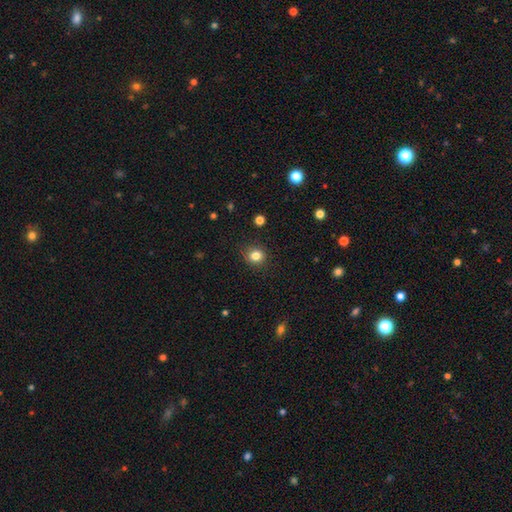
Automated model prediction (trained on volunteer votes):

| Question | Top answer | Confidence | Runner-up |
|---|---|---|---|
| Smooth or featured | smooth | 82% | star or artifact (12%) |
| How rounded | round | 83% | in between (16%) |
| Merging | none | 87% | minor disturbance (9%) |